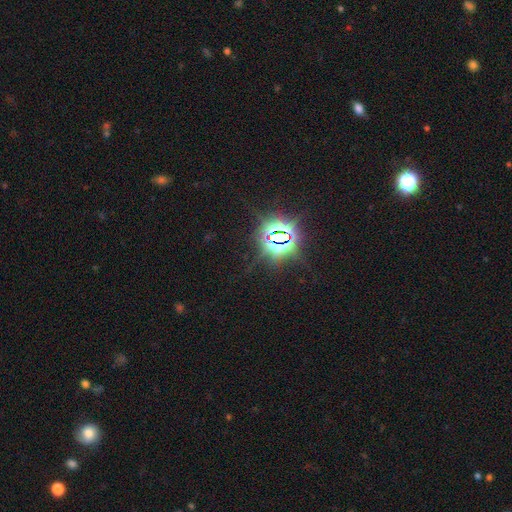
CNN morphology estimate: smooth-or-featured: star or artifact: 84% | smooth: 10% | featured or disk: 6%